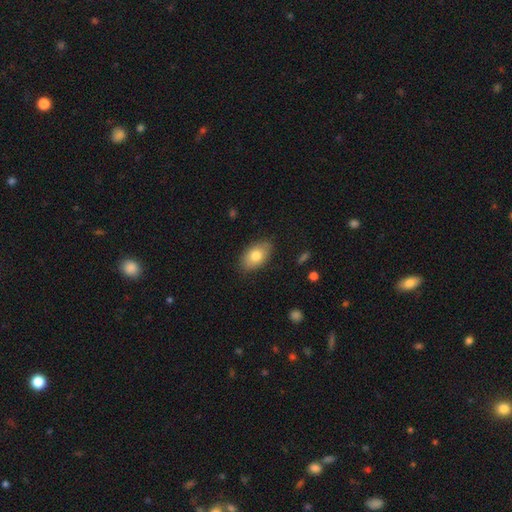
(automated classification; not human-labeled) smooth 78%, featured or disk 15%, star or artifact 7%. Down the decision tree: how rounded — in between (91%); merging — none (84%).